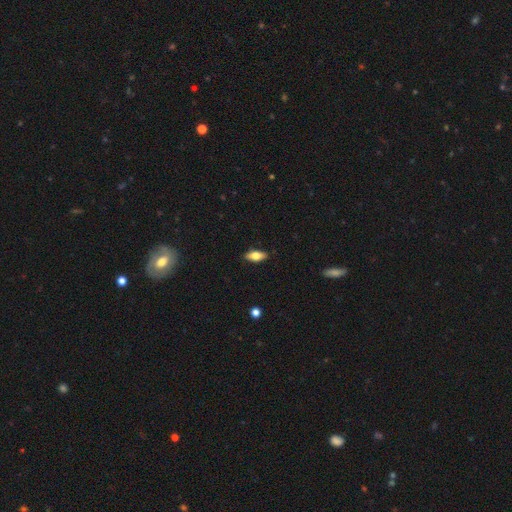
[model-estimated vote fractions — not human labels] smooth 70%, featured or disk 24%, star or artifact 7%. Down the decision tree: how rounded — in between (81%); merging — none (88%).